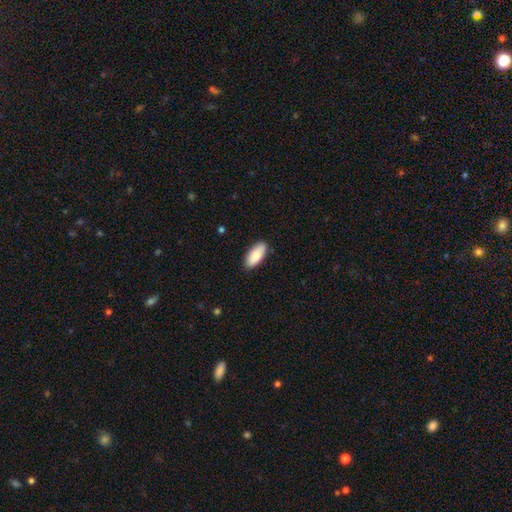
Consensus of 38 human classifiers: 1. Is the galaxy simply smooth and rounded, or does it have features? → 89% smooth, 5% featured or disk, 5% star or artifact.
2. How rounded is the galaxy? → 91% in between, 6% cigar-shaped, 3% round.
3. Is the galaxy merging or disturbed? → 89% none, 11% minor disturbance, 0% major disturbance, 0% merger.